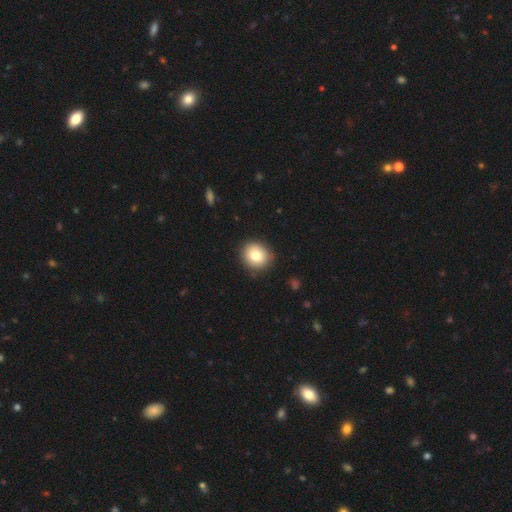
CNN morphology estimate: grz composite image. It shows a smooth galaxy with no disk features (80%) that is round (80%). Merging: none (88%).